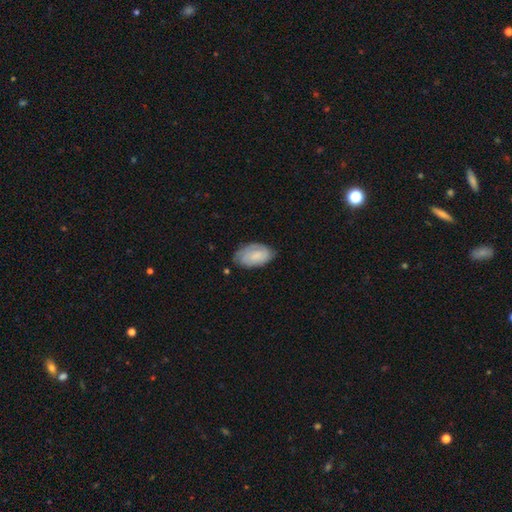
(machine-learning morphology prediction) Smooth or featured? smooth (61%)
How rounded? in between (93%)
Merging? none (59%)